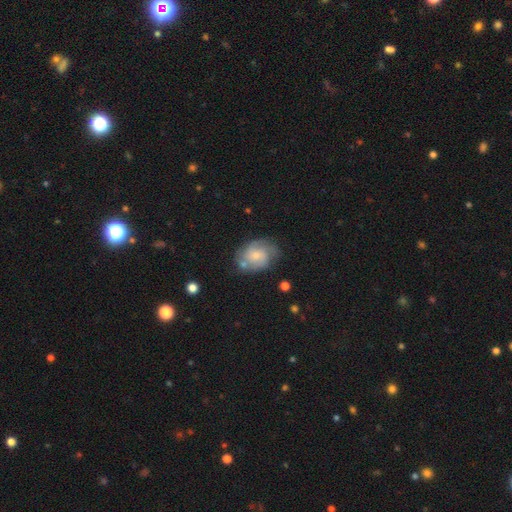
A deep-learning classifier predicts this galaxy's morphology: type=featured or disk (64%); edge-on=no (97%); bar=no (67%); spiral arms=yes (89%); winding=medium (44%); arm count=2 (37%); bulge=small (61%); merging=none (61%).